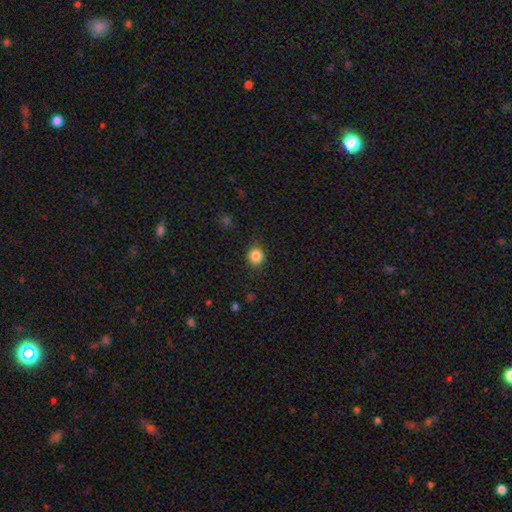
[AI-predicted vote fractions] A smooth galaxy with no disk features (85%) that is round (79%).

Vote fractions:
- Smooth or featured? smooth: 85% / star or artifact: 10% / featured or disk: 4%
- How rounded? round: 79% / in between: 20% / cigar-shaped: 1%
- Merging? none: 86% / minor disturbance: 10% / major disturbance: 3% / merger: 1%